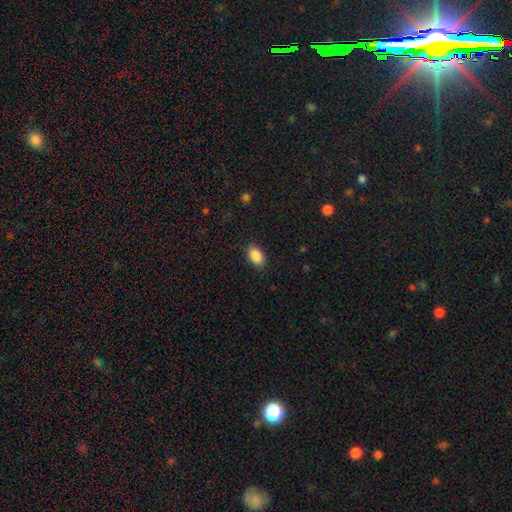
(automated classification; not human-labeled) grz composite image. It shows a smooth galaxy with no disk features (89%) that is in between round and cigar-shaped (92%). Merging: none (88%).